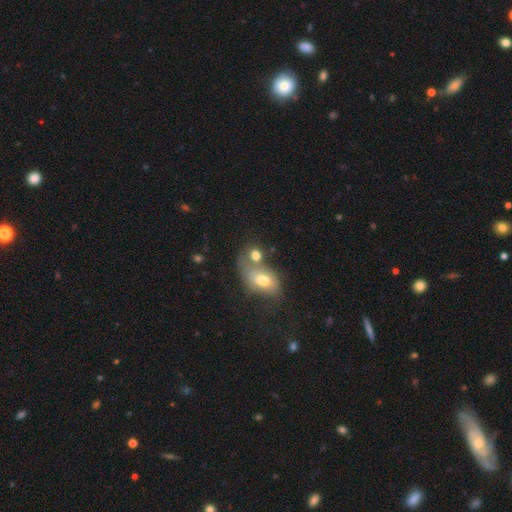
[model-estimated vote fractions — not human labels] Morphology: type=smooth (70%); roundness=round (50%); merging=merger (46%).